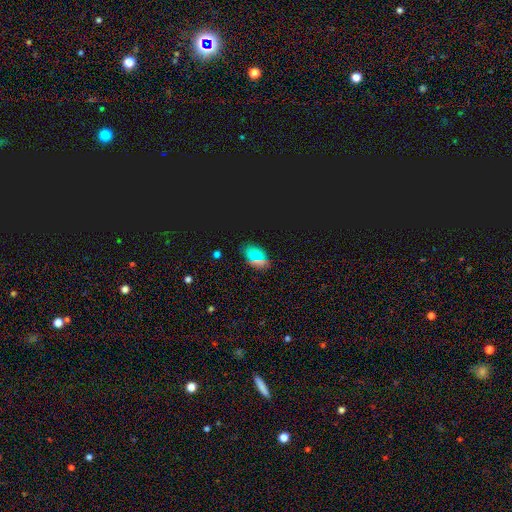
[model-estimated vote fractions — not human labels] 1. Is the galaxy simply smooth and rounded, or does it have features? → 58% smooth, 31% star or artifact, 11% featured or disk.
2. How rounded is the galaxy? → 81% in between, 15% round, 4% cigar-shaped.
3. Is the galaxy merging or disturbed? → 81% none, 11% minor disturbance, 4% merger, 4% major disturbance.